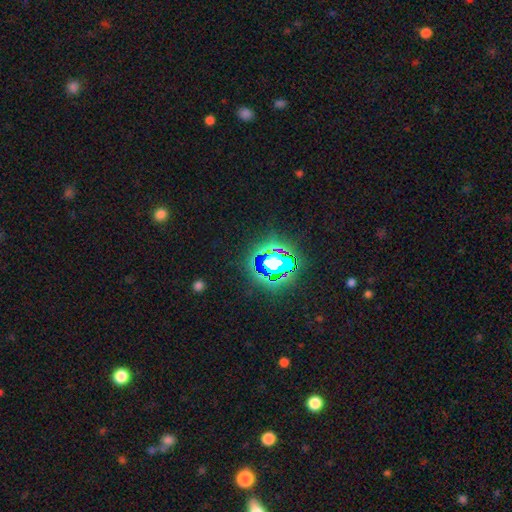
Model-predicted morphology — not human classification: Smooth or featured?
  - star or artifact: 82% *
  - smooth: 11%
  - featured or disk: 6%